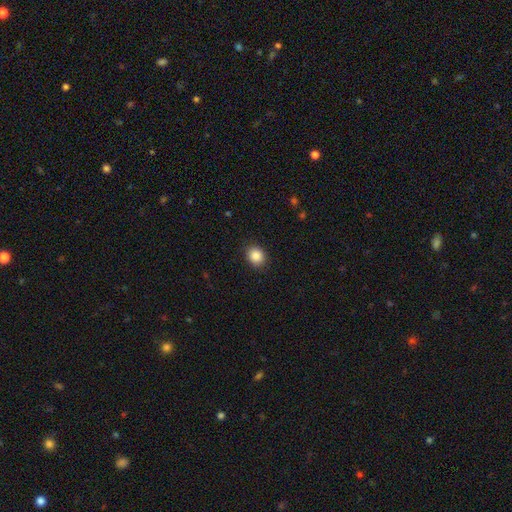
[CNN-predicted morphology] smooth_or_featured: smooth (p=0.87) [alt: star or artifact p=0.09]
how_rounded: round (p=0.68) [alt: in between p=0.31]
merging: none (p=0.89) [alt: minor disturbance p=0.08]